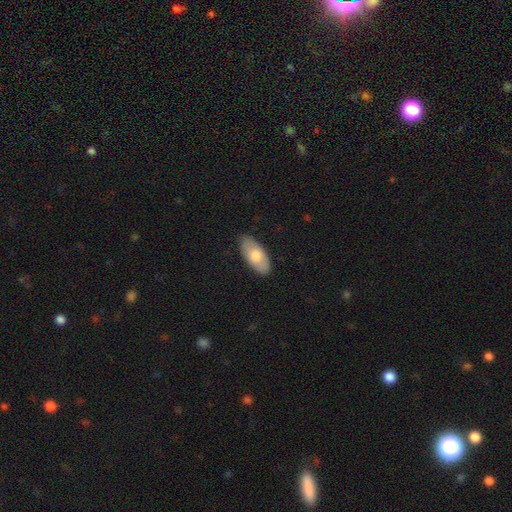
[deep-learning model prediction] Smooth or featured? Predicted: smooth (p=0.71). How rounded? Predicted: in between (p=0.90). Merging? Predicted: none (p=0.87).